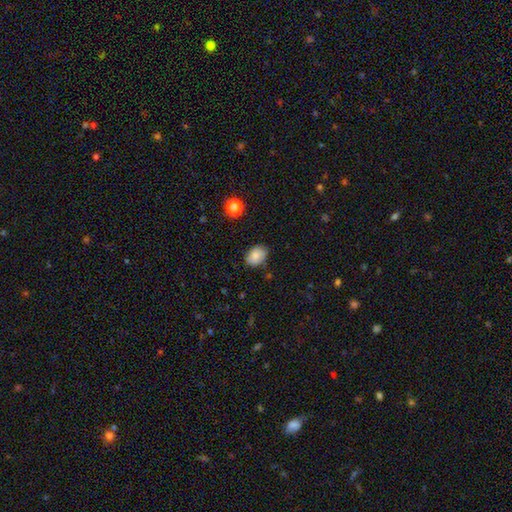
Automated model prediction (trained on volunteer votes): smooth_or_featured: smooth (p=0.81) [alt: featured or disk p=0.10]
how_rounded: in between (p=0.71) [alt: round p=0.28]
merging: none (p=0.79) [alt: minor disturbance p=0.17]